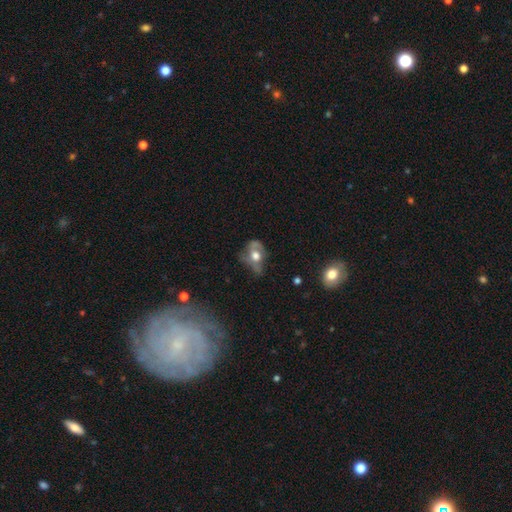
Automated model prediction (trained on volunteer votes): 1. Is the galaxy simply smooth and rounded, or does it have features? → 47% featured or disk, 43% smooth, 11% star or artifact.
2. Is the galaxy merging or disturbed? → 39% major disturbance, 30% none, 25% minor disturbance, 6% merger.